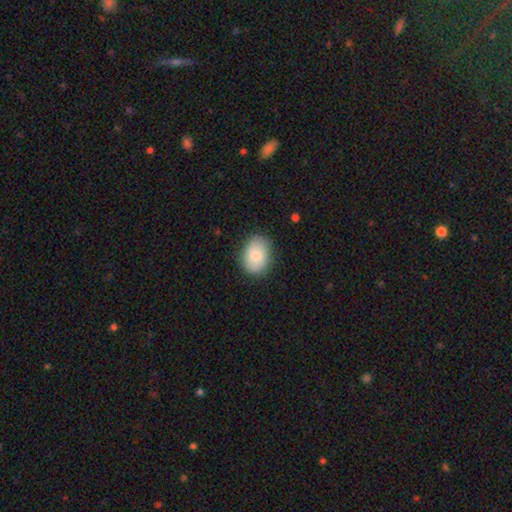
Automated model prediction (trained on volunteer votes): This appears to be a smooth galaxy with no disk features (76%) that is in between round and cigar-shaped (70%). Merging: none (83%).